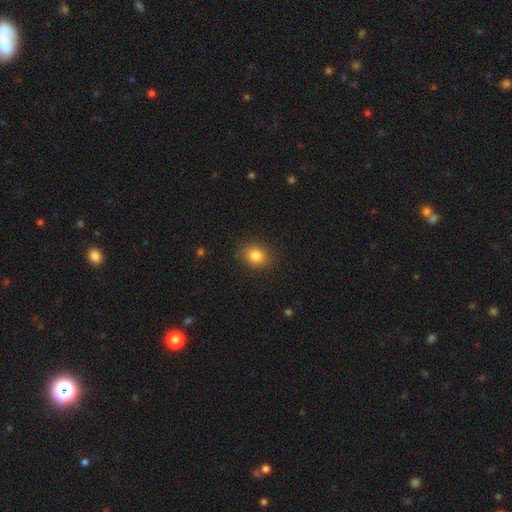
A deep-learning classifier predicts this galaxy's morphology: smooth-or-featured: smooth: 83% | star or artifact: 11% | featured or disk: 7%
  how-rounded: round: 60% | in between: 39% | cigar-shaped: 1%
  merging: none: 88% | minor disturbance: 8% | major disturbance: 3% | merger: 1%